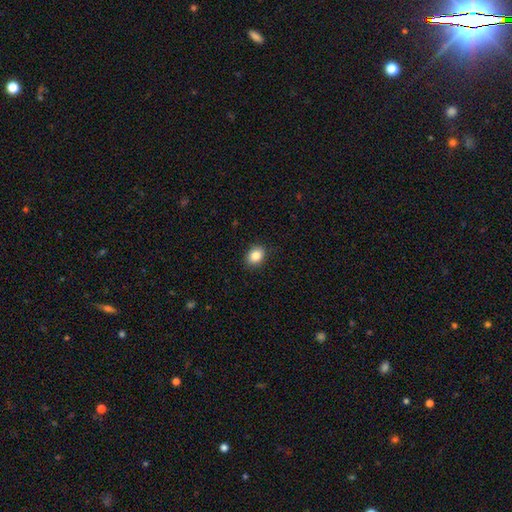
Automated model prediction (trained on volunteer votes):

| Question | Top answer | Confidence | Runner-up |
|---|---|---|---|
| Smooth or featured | smooth | 85% | star or artifact (9%) |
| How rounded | in between | 61% | round (38%) |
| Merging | none | 89% | minor disturbance (8%) |